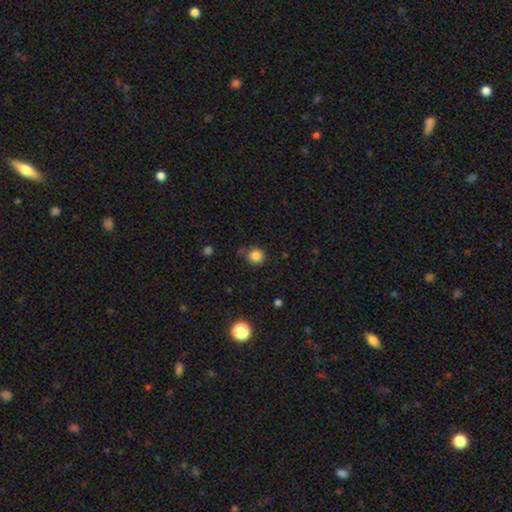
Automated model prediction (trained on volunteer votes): Q: Smooth or featured?
A: smooth (85%); runner-up: star or artifact (11%)
Q: How rounded?
A: round (91%); runner-up: in between (8%)
Q: Merging?
A: none (76%); runner-up: minor disturbance (14%)